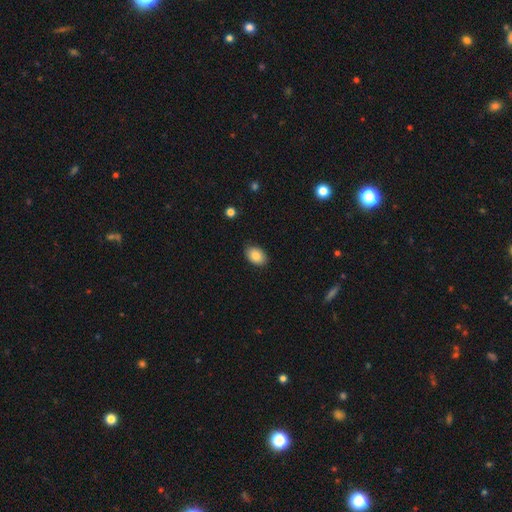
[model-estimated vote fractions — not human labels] smooth-or-featured: smooth: 83% | featured or disk: 9% | star or artifact: 8%
  how-rounded: in between: 87% | round: 12% | cigar-shaped: 1%
  merging: none: 86% | minor disturbance: 11% | major disturbance: 2% | merger: 1%